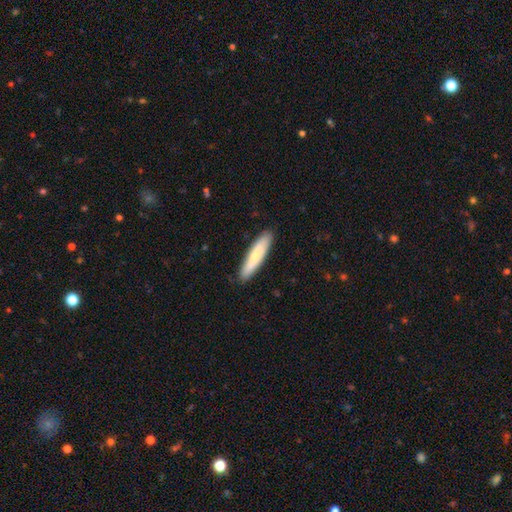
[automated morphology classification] smooth-or-featured: smooth: 73% | featured or disk: 22% | star or artifact: 5%
  how-rounded: cigar-shaped: 84% | in between: 15% | round: 1%
  merging: none: 89% | minor disturbance: 8% | major disturbance: 2% | merger: 1%